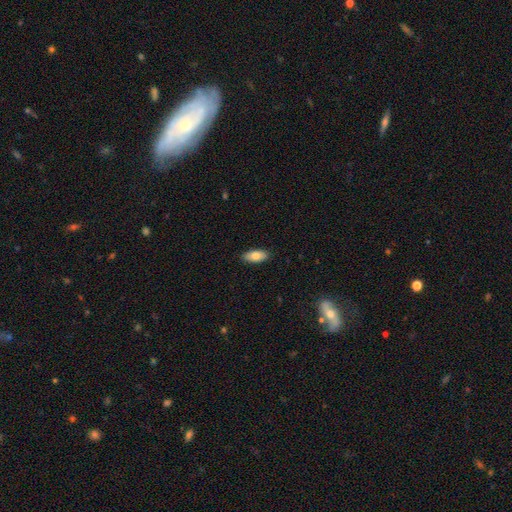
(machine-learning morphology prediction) smooth_or_featured: smooth (p=0.82) [alt: featured or disk p=0.12]
how_rounded: in between (p=0.88) [alt: cigar-shaped p=0.10]
merging: none (p=0.89) [alt: minor disturbance p=0.08]